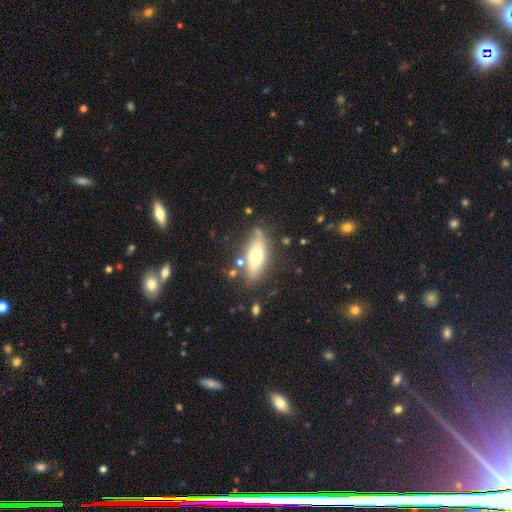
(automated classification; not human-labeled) smooth_or_featured: smooth (p=0.56) [alt: featured or disk p=0.36]
how_rounded: in between (p=0.67) [alt: cigar-shaped p=0.30]
merging: none (p=0.73) [alt: minor disturbance p=0.17]